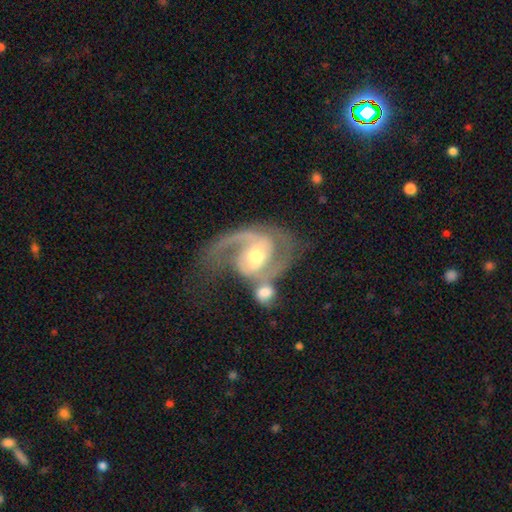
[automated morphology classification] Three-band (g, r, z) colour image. It shows a featured or disk galaxy (87%) with a weak bar (45%), 2 (68%) medium (51%) spiral arms (96%) and a moderate central bulge (66%). Merging: merger (40%).